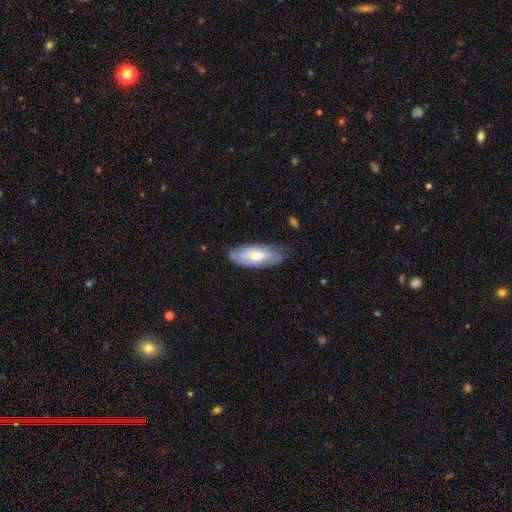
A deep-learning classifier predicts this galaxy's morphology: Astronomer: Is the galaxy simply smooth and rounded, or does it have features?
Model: smooth — 62%.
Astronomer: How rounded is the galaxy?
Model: in between — 77%.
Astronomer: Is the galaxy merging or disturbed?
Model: none — 69%.